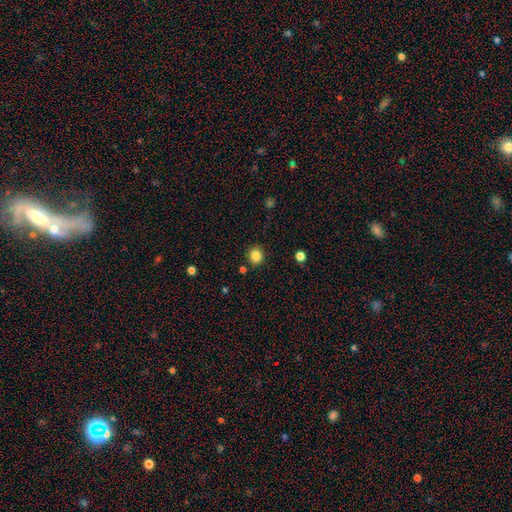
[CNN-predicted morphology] Overall: smooth (84%). How rounded: round (81%). Merging: none (88%).